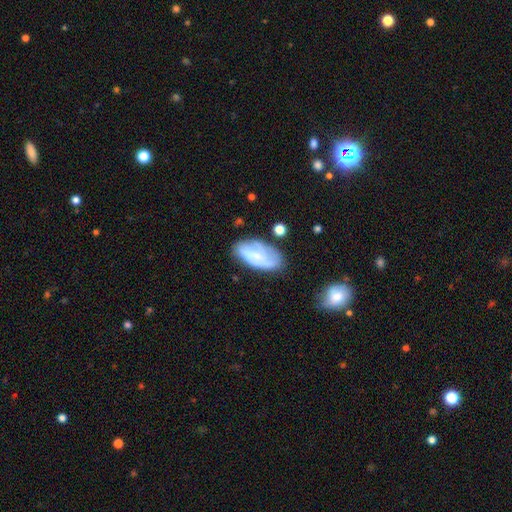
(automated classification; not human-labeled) Morphology: type=smooth (48%); merging=none (57%).